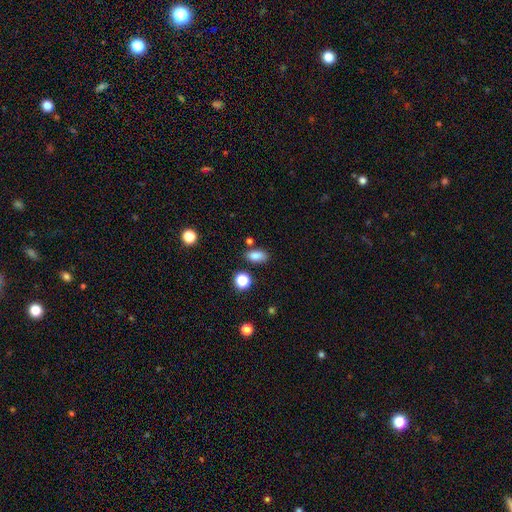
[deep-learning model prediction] The model was most divided on "merging": none: 79%, minor disturbance: 12%, merger: 6%, major disturbance: 3%. More confident: how rounded — in between (87%); smooth or featured — smooth (83%).